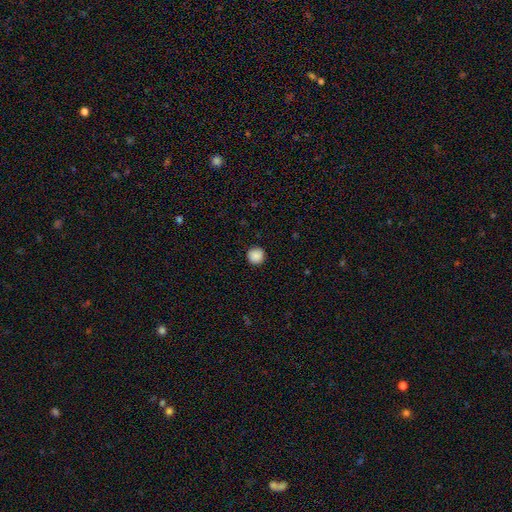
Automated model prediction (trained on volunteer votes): Smooth or featured?
  - smooth: 89% *
  - star or artifact: 9%
  - featured or disk: 2%
How rounded?
  - round: 96% *
  - in between: 3%
  - cigar-shaped: 1%
Merging?
  - none: 92% *
  - minor disturbance: 5%
  - major disturbance: 2%
  - merger: 1%